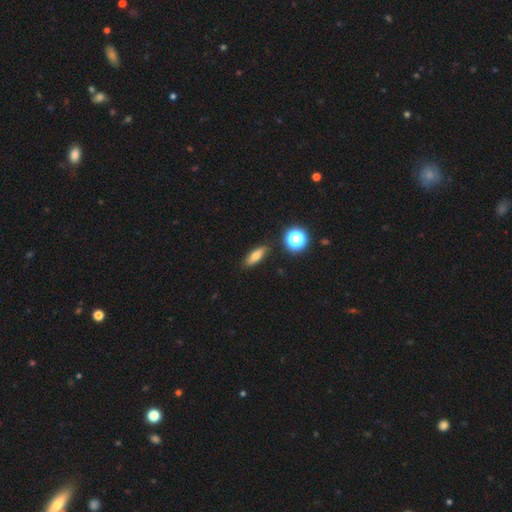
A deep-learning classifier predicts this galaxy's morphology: This is likely a smooth galaxy (70%). How rounded: possibly in between (54%). Merging: clearly none (86%).